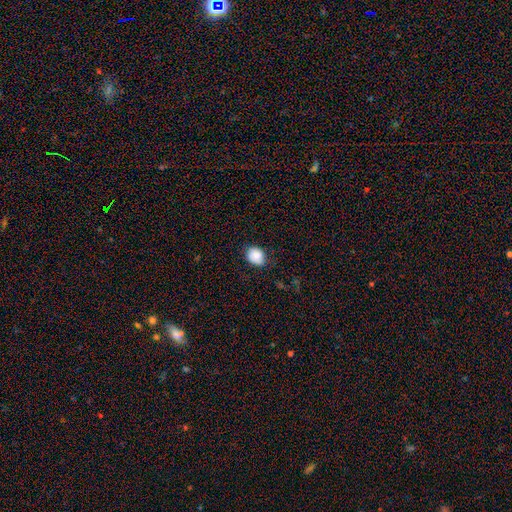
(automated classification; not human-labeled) Morphology: type=smooth (83%); roundness=round (52%); merging=none (71%).